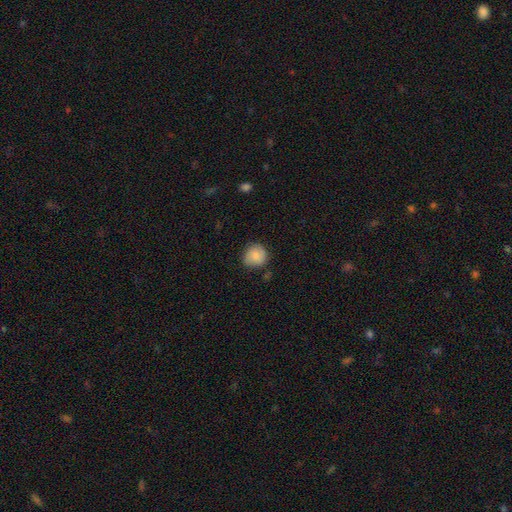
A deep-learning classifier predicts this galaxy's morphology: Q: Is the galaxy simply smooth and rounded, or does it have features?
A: smooth — 84%.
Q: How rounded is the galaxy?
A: round — 86%.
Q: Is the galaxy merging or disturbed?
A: none — 75%.